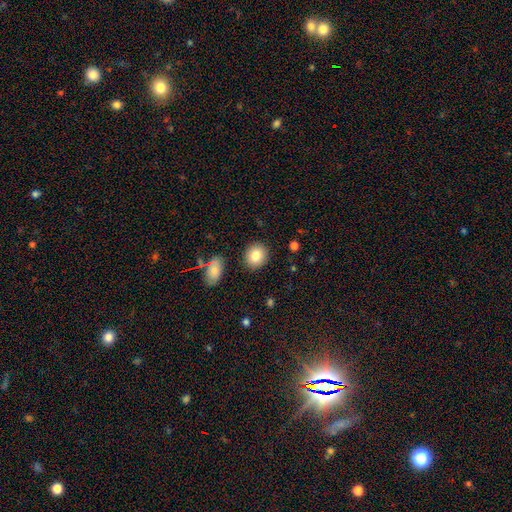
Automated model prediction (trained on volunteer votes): Q: Smooth or featured?
A: smooth (83%); runner-up: star or artifact (8%)
Q: How rounded?
A: round (72%); runner-up: in between (27%)
Q: Merging?
A: none (88%); runner-up: minor disturbance (7%)